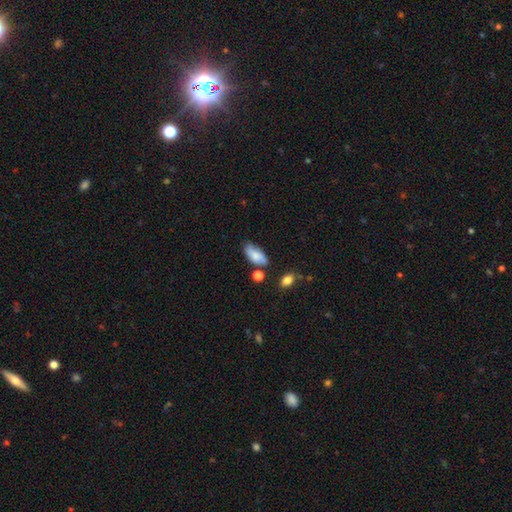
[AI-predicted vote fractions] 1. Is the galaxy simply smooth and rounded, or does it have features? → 73% smooth, 19% featured or disk, 8% star or artifact.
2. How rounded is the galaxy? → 87% in between, 9% cigar-shaped, 3% round.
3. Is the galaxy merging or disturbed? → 63% none, 25% minor disturbance, 8% merger, 5% major disturbance.